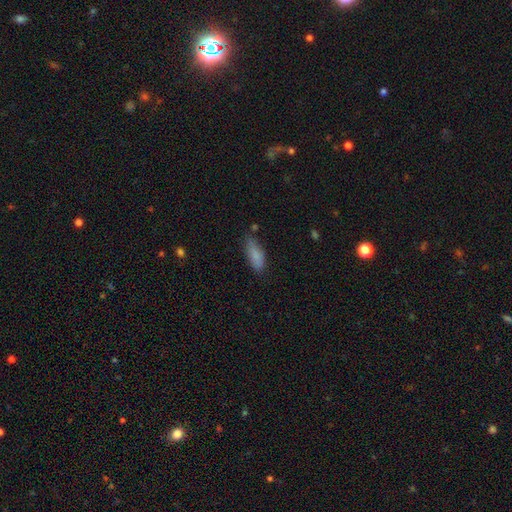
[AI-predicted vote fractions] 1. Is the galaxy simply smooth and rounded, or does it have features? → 84% smooth, 9% featured or disk, 7% star or artifact.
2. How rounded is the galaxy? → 72% in between, 26% cigar-shaped, 2% round.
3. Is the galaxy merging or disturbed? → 66% none, 26% minor disturbance, 5% major disturbance, 3% merger.